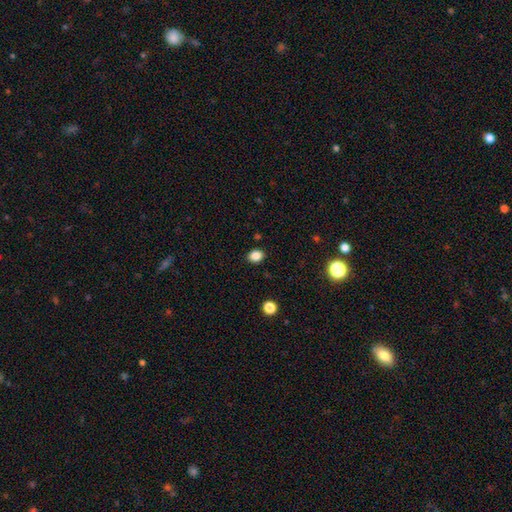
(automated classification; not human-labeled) Smooth or featured?
  - smooth: 85% *
  - star or artifact: 11%
  - featured or disk: 4%
How rounded?
  - in between: 57% *
  - round: 42%
  - cigar-shaped: 1%
Merging?
  - none: 89% *
  - minor disturbance: 8%
  - major disturbance: 2%
  - merger: 1%